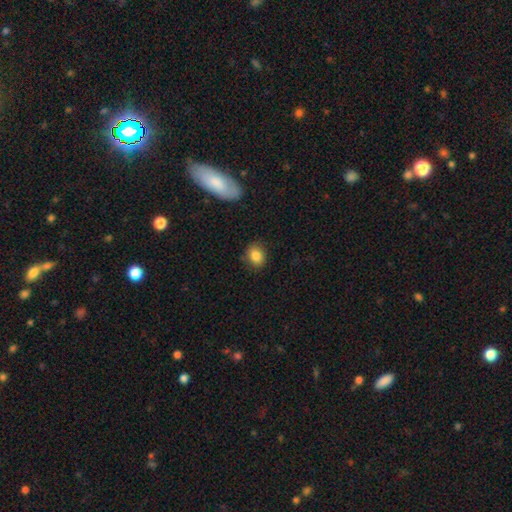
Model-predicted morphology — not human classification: The model was most divided on "how rounded": round: 53%, in between: 46%, cigar-shaped: 1%. More confident: smooth or featured — smooth (85%); merging — none (83%).